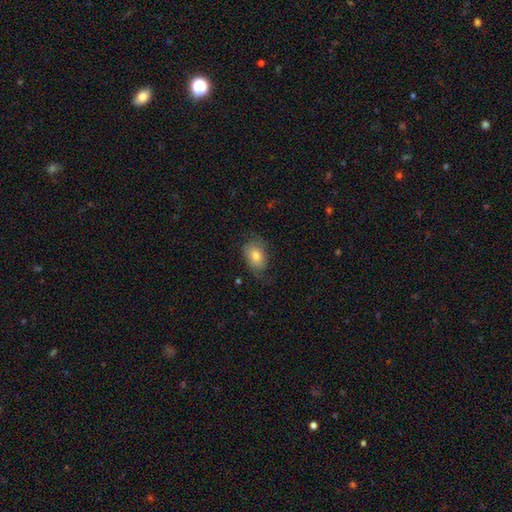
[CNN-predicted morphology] This appears to be a smooth galaxy with no disk features (74%) that is in between round and cigar-shaped (78%). Merging: none (65%).